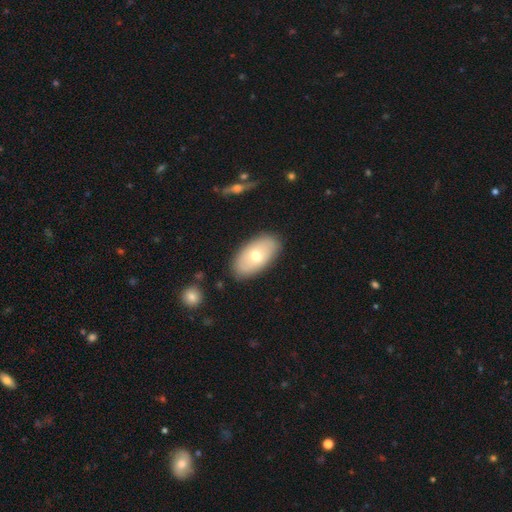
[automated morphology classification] Smooth or featured? Predicted: smooth (p=0.65). How rounded? Predicted: in between (p=0.94). Merging? Predicted: none (p=0.86).